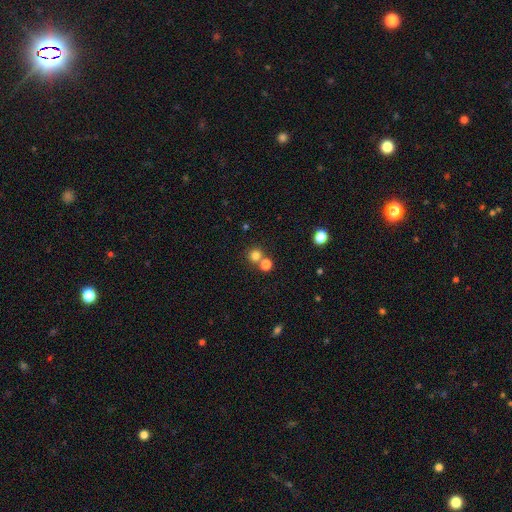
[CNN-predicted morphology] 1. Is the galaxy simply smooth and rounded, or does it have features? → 78% smooth, 15% star or artifact, 7% featured or disk.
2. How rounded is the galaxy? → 90% round, 9% in between, 1% cigar-shaped.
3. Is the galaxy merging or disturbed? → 61% none, 30% merger, 6% minor disturbance, 3% major disturbance.